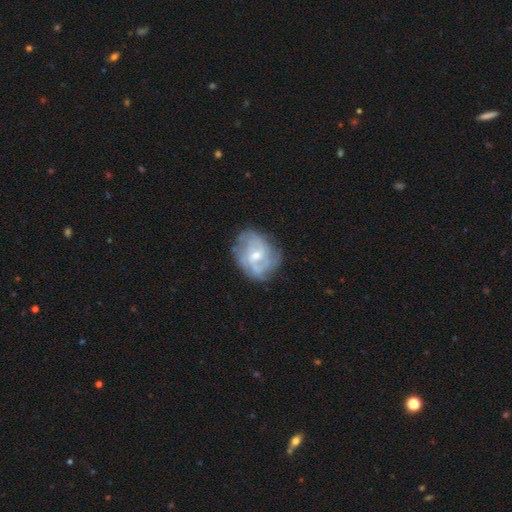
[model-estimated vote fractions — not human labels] Smooth or featured: featured or disk — 79% (smooth — 15%)
Edge-on disk: no — 97% (yes — 3%)
Bar: no — 50% (weak — 41%)
Spiral arms: yes — 89% (no — 11%)
Spiral winding: tight — 46% (medium — 39%)
Spiral arm count: can't tell — 33% (2 — 31%)
Bulge size: small — 49% (moderate — 47%)
Merging: none — 70% (minor disturbance — 20%)